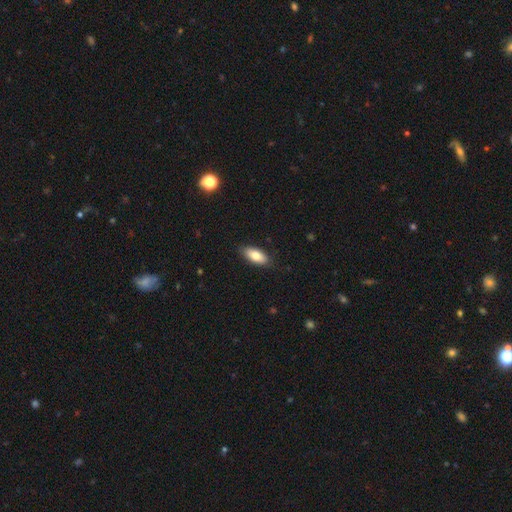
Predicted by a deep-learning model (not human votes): The model was most divided on "smooth or featured": smooth: 78%, featured or disk: 15%, star or artifact: 6%. More confident: how rounded — in between (86%); merging — none (86%).